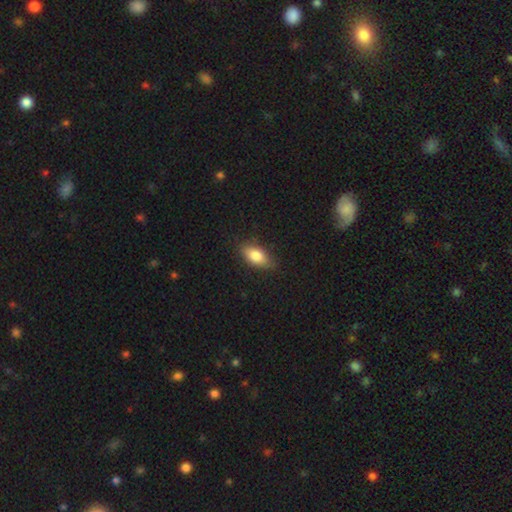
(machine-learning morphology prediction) smooth 80%, featured or disk 13%, star or artifact 7%. Down the decision tree: how rounded — in between (87%); merging — none (81%).